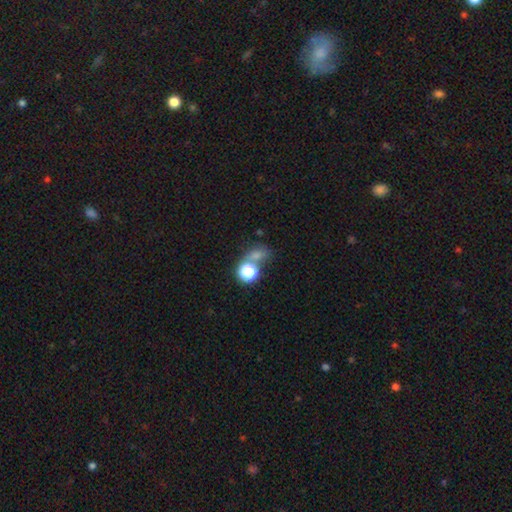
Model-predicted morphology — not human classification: This is possibly a smooth galaxy (57%). How rounded: possibly round (58%). Merging: possibly none (45%).